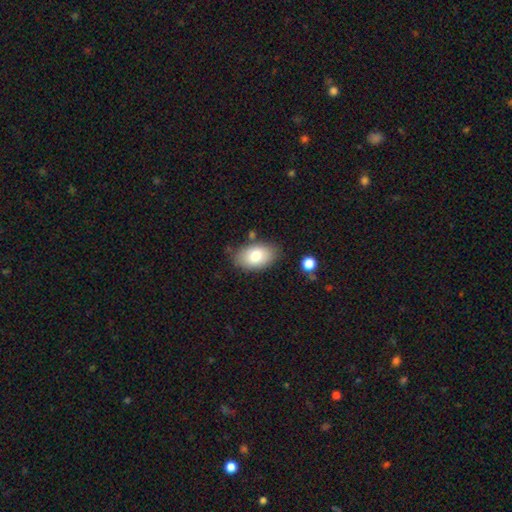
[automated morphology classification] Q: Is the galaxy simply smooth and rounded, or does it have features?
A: smooth — 78%.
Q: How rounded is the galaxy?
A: in between — 92%.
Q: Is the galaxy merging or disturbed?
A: none — 78%.